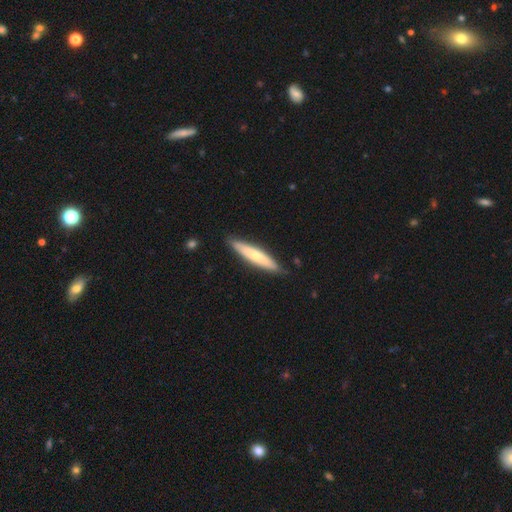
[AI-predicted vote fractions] A smooth galaxy with no disk features (62%) that is cigar-shaped (88%). Merging: none (87%).